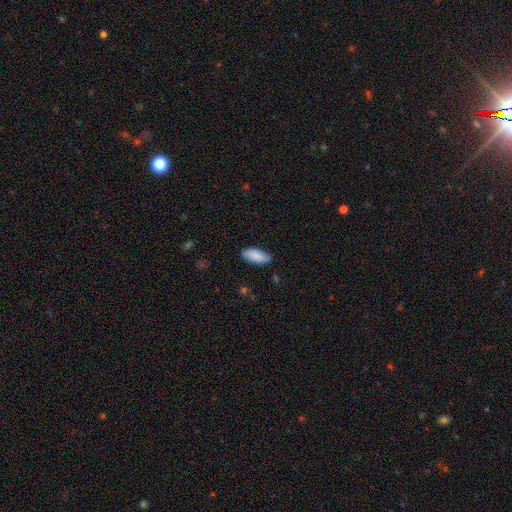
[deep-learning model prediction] This is clearly a smooth galaxy (87%). How rounded: clearly in between (85%). Merging: clearly none (84%).